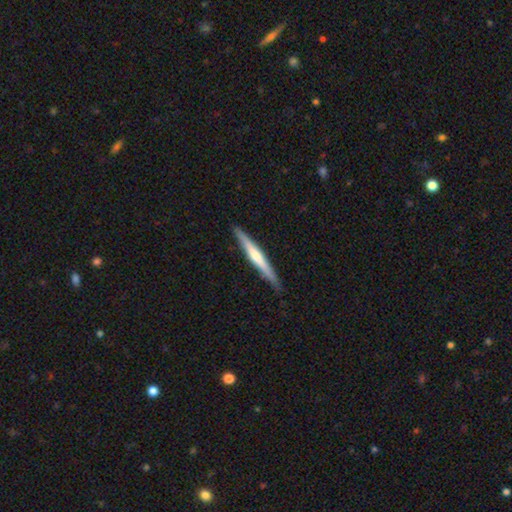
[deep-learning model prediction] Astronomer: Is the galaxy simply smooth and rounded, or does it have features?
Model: featured or disk — 61%.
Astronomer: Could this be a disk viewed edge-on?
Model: yes — 97%.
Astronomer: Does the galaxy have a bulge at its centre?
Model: rounded — 66%.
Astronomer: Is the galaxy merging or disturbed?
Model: none — 89%.